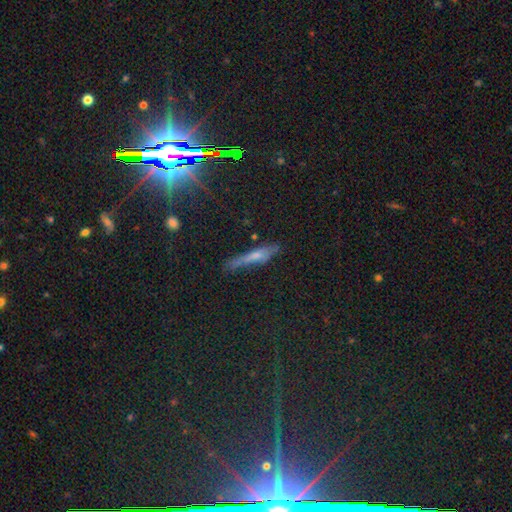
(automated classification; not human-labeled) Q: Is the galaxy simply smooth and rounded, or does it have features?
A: smooth — 37%.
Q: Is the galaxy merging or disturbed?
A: none — 71%.